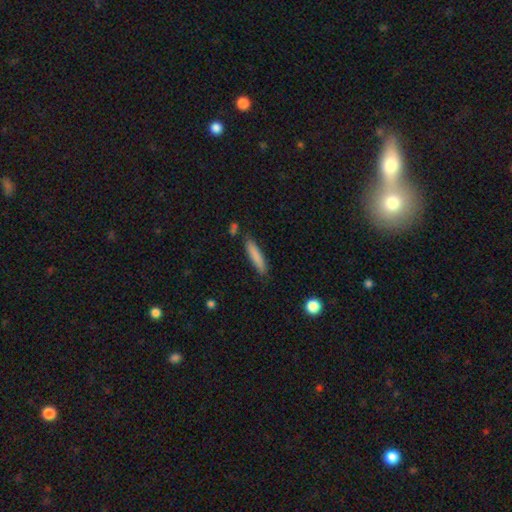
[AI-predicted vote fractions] The model was most divided on "merging": none: 83%, minor disturbance: 11%, merger: 3%, major disturbance: 2%. More confident: how rounded — cigar-shaped (87%); smooth or featured — smooth (83%).